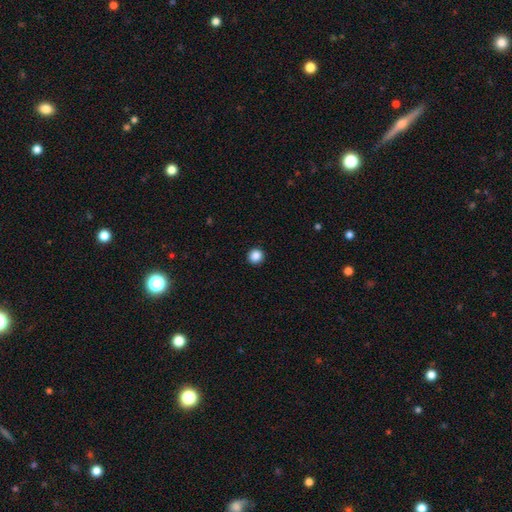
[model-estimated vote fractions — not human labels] Morphology: type=smooth (87%); roundness=round (94%); merging=none (93%).